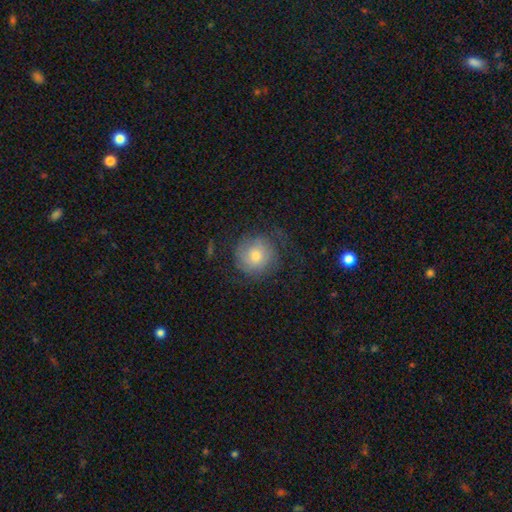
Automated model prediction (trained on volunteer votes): This appears to be a smooth galaxy with no disk features (53%) that is round (90%). Merging: none (62%).